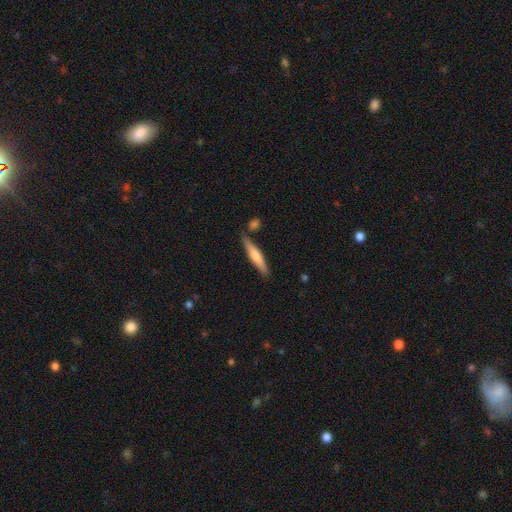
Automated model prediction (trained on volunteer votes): The model was most divided on "smooth or featured": smooth: 54%, featured or disk: 41%, star or artifact: 5%. More confident: how rounded — cigar-shaped (89%); merging — none (81%).